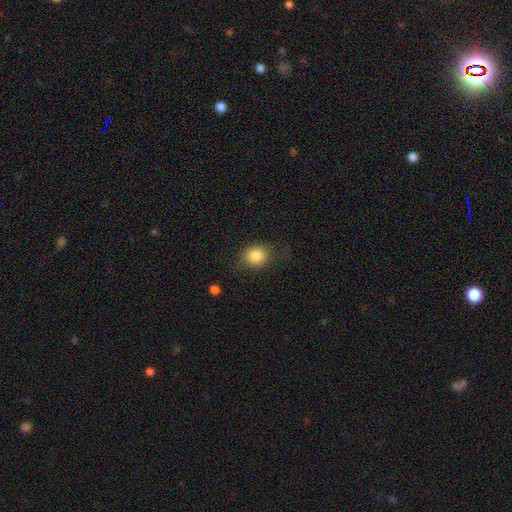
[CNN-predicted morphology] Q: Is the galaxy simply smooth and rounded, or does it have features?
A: smooth — 84%.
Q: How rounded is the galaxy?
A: round — 74%.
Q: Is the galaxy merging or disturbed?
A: none — 75%.